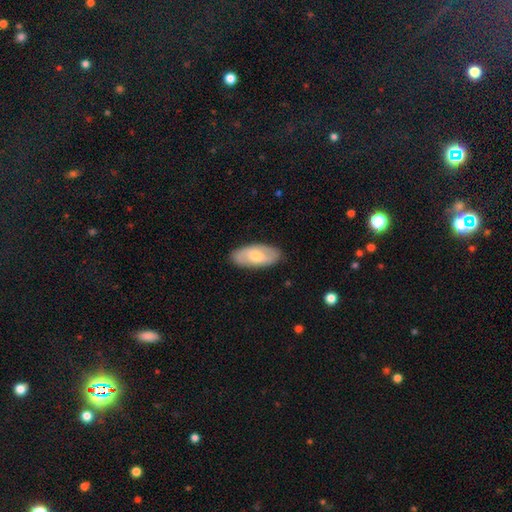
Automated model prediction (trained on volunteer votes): This appears to be a smooth galaxy with no disk features (50%) that is in between round and cigar-shaped (89%). Merging: none (86%).